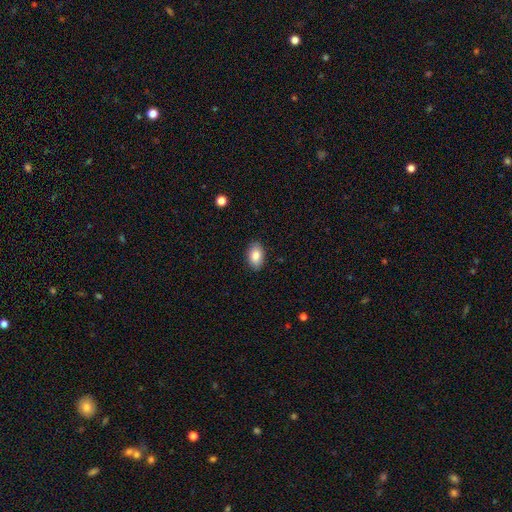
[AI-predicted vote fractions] Smooth or featured?
  - smooth: 84% *
  - featured or disk: 9%
  - star or artifact: 7%
How rounded?
  - in between: 90% *
  - round: 9%
  - cigar-shaped: 1%
Merging?
  - none: 88% *
  - minor disturbance: 9%
  - major disturbance: 2%
  - merger: 1%